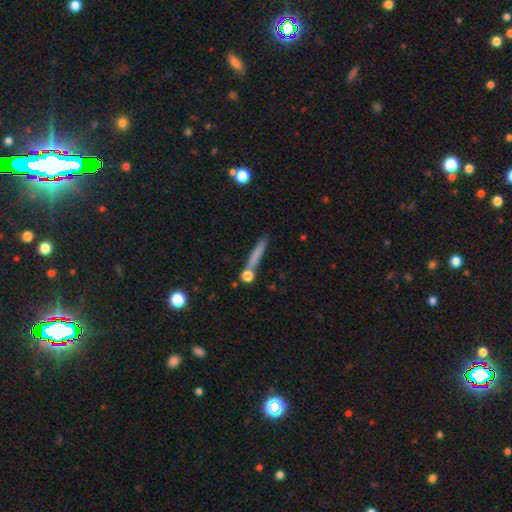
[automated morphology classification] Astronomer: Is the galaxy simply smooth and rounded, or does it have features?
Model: smooth — 69%.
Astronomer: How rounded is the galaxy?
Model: cigar-shaped — 90%.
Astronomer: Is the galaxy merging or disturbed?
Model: none — 71%.